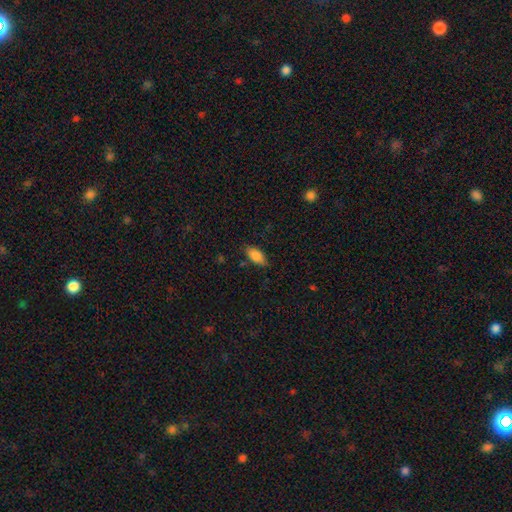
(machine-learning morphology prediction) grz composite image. It shows a smooth galaxy with no disk features (84%) that is in between round and cigar-shaped (89%). Merging: none (78%).